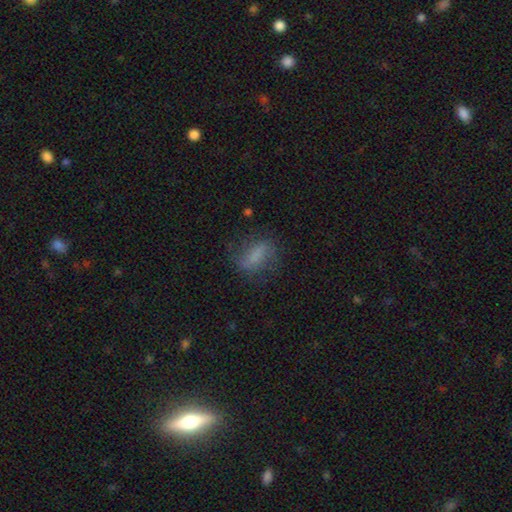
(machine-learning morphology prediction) A smooth galaxy with no disk features (61%) that is in between round and cigar-shaped (66%).

Vote fractions:
- Smooth or featured? smooth: 61% / featured or disk: 27% / star or artifact: 12%
- How rounded? in between: 66% / cigar-shaped: 24% / round: 10%
- Merging? none: 63% / minor disturbance: 21% / major disturbance: 14% / merger: 2%